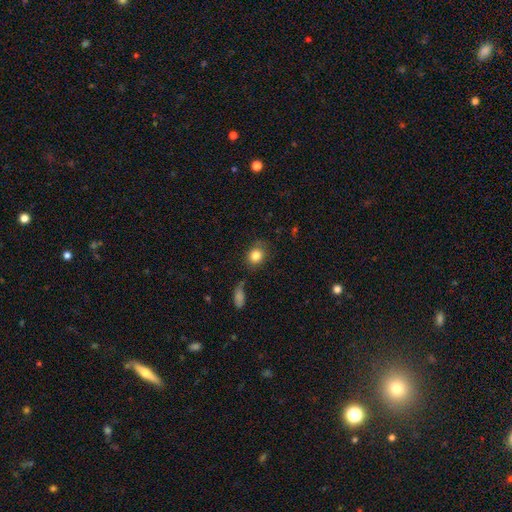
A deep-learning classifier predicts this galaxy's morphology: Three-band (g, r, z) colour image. It shows a smooth galaxy with no disk features (83%) that is round (62%). Merging: none (75%).